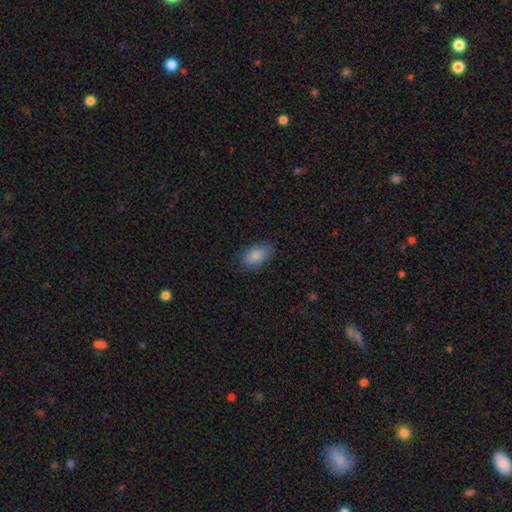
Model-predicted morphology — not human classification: smooth 87%, star or artifact 7%, featured or disk 6%. Down the decision tree: how rounded — in between (92%); merging — none (80%).